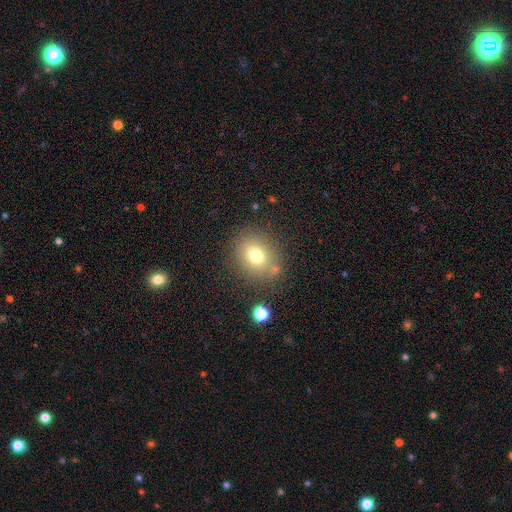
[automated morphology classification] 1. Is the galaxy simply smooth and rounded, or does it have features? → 74% smooth, 14% star or artifact, 13% featured or disk.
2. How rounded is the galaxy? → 65% round, 34% in between, 1% cigar-shaped.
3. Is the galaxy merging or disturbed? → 77% none, 12% minor disturbance, 6% merger, 5% major disturbance.